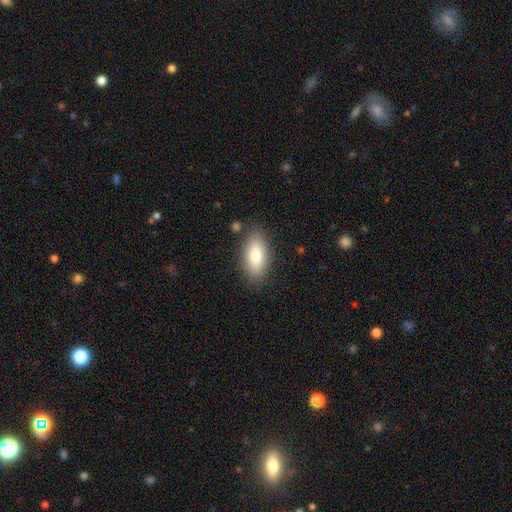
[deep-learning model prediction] This appears to be a smooth galaxy with no disk features (79%) that is in between round and cigar-shaped (86%). Merging: none (84%).